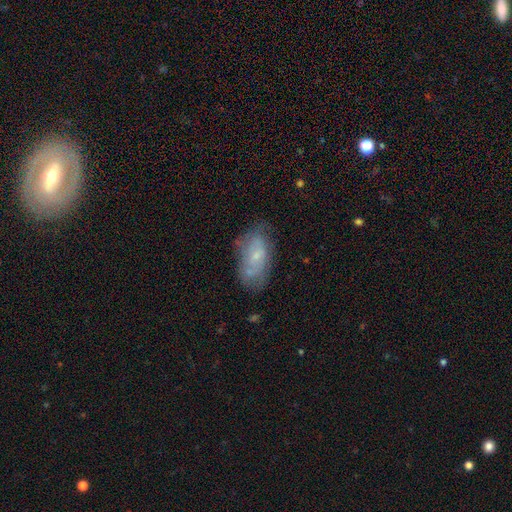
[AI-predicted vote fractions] Morphology: type=smooth (49%); merging=none (65%).